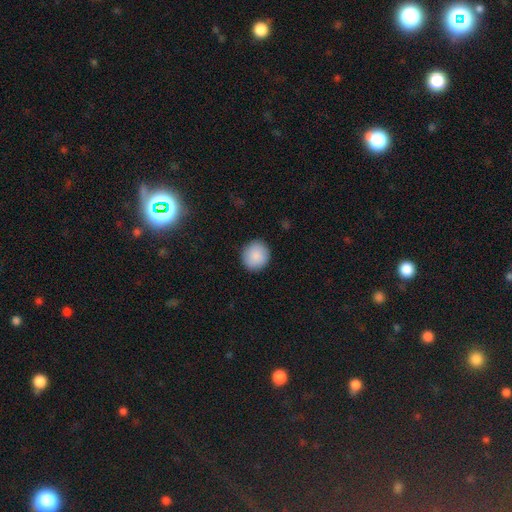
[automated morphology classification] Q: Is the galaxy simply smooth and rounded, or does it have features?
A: smooth — 89%.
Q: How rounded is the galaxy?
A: round — 90%.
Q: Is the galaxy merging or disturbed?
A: none — 91%.